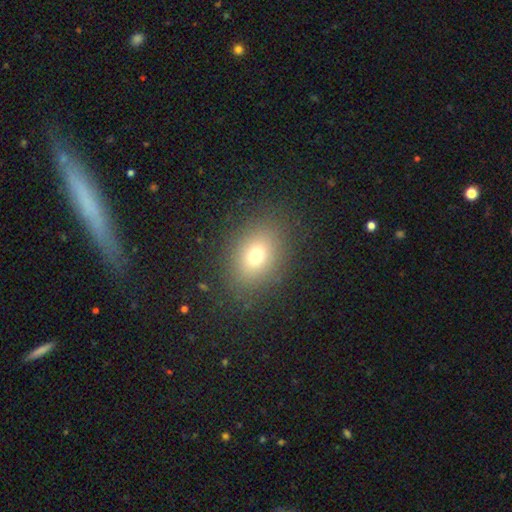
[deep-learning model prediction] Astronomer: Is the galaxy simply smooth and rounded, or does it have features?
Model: smooth — 72%.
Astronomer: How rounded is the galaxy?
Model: in between — 62%.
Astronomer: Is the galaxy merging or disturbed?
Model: none — 85%.